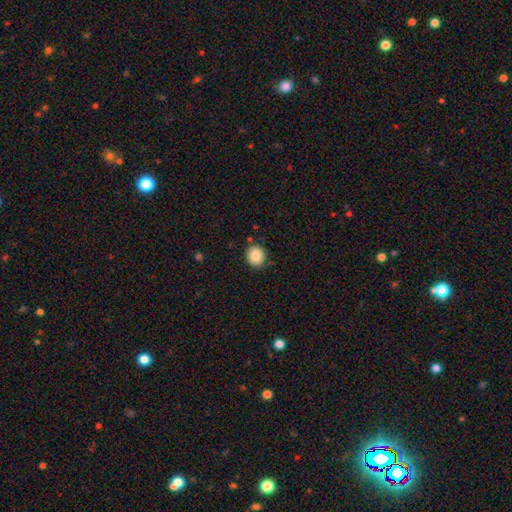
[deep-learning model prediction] Smooth or featured?
  - smooth: 87% *
  - star or artifact: 9%
  - featured or disk: 4%
How rounded?
  - round: 81% *
  - in between: 18%
  - cigar-shaped: 1%
Merging?
  - none: 85% *
  - minor disturbance: 11%
  - major disturbance: 3%
  - merger: 2%